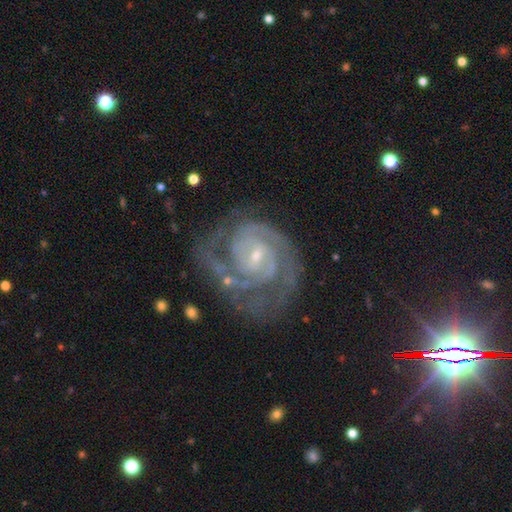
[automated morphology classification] Smooth or featured: featured or disk — 91% (star or artifact — 5%)
Edge-on disk: no — 98% (yes — 2%)
Bar: weak — 50% (no — 34%)
Spiral arms: yes — 98% (no — 2%)
Spiral winding: tight — 68% (medium — 29%)
Spiral arm count: 2 — 57% (3 — 20%)
Bulge size: small — 72% (moderate — 23%)
Merging: none — 67% (minor disturbance — 19%)